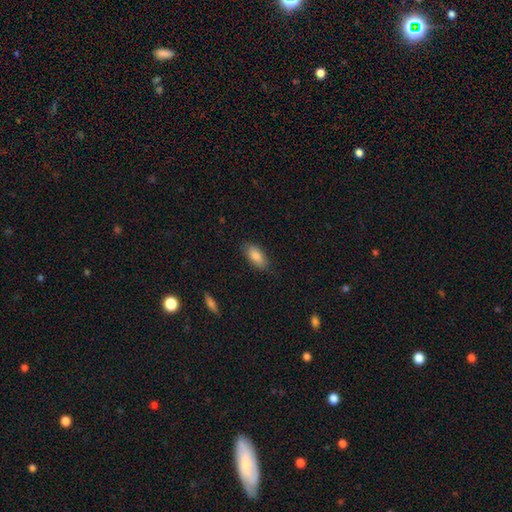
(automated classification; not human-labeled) Q: Smooth or featured?
A: smooth (84%); runner-up: star or artifact (8%)
Q: How rounded?
A: in between (87%); runner-up: cigar-shaped (10%)
Q: Merging?
A: none (84%); runner-up: minor disturbance (12%)